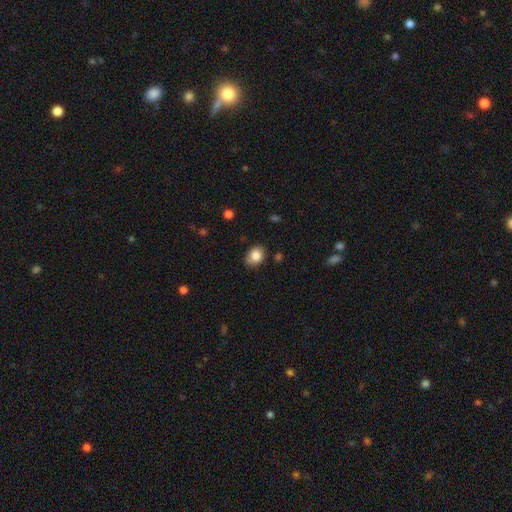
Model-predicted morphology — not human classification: Smooth or featured?
  - smooth: 84% *
  - star or artifact: 9%
  - featured or disk: 7%
How rounded?
  - in between: 62% *
  - round: 37%
  - cigar-shaped: 1%
Merging?
  - none: 78% *
  - minor disturbance: 17%
  - major disturbance: 3%
  - merger: 2%